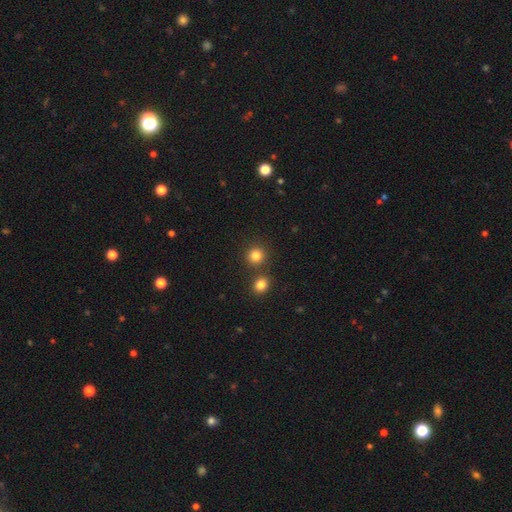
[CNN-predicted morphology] Q: Smooth or featured?
A: smooth (83%); runner-up: star or artifact (13%)
Q: How rounded?
A: round (92%); runner-up: in between (7%)
Q: Merging?
A: none (79%); runner-up: merger (12%)